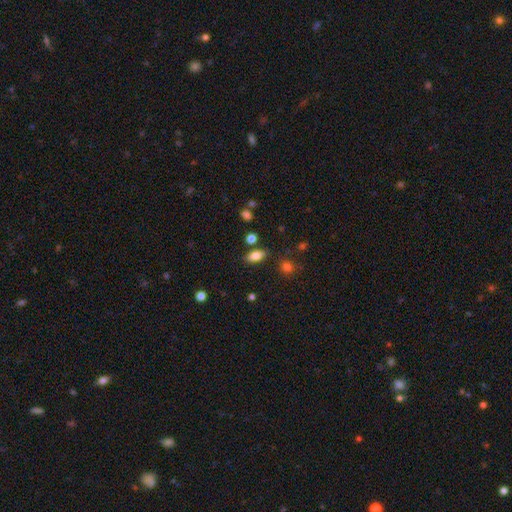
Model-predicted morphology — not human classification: A smooth galaxy with no disk features (81%) that is in between round and cigar-shaped (87%).

Vote fractions:
- Smooth or featured? smooth: 81% / featured or disk: 10% / star or artifact: 9%
- How rounded? in between: 87% / cigar-shaped: 7% / round: 5%
- Merging? none: 82% / minor disturbance: 11% / merger: 4% / major disturbance: 3%